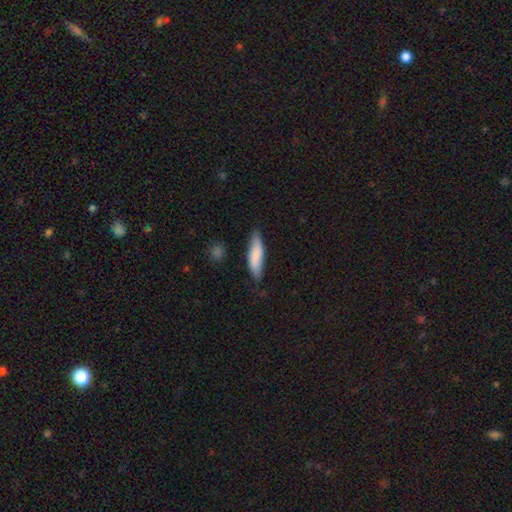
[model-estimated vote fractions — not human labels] Smooth or featured: smooth — 81% (featured or disk — 13%)
How rounded: cigar-shaped — 62% (in between — 37%)
Merging: none — 74% (minor disturbance — 21%)